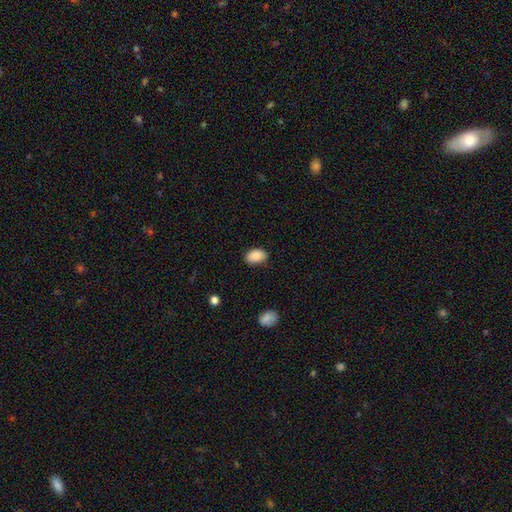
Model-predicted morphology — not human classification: This appears to be a smooth galaxy with no disk features (89%) that is in between round and cigar-shaped (88%). Merging: none (83%).